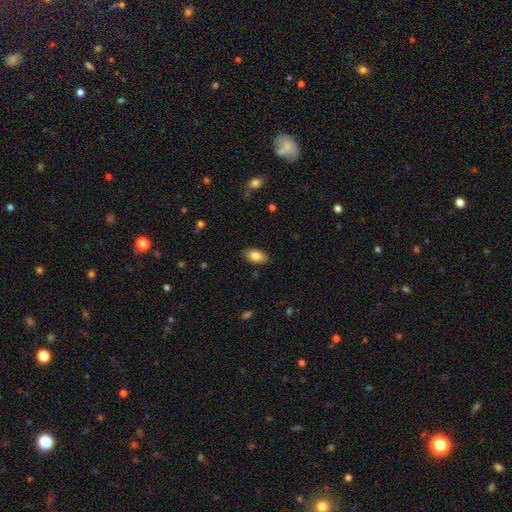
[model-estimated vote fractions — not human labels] Morphology: type=smooth (84%); roundness=in between (92%); merging=none (87%).